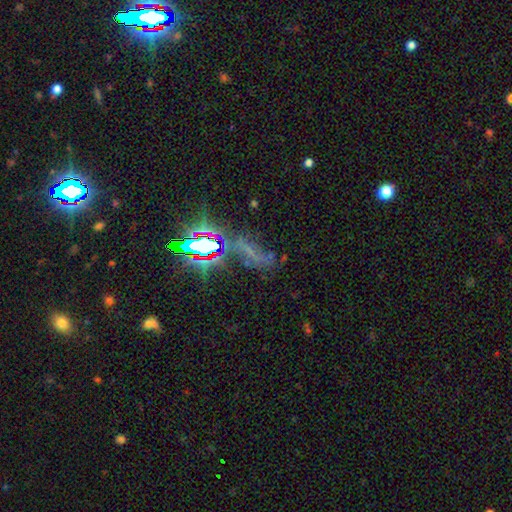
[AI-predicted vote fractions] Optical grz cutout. It shows a star or artifact, not a galaxy (54%).